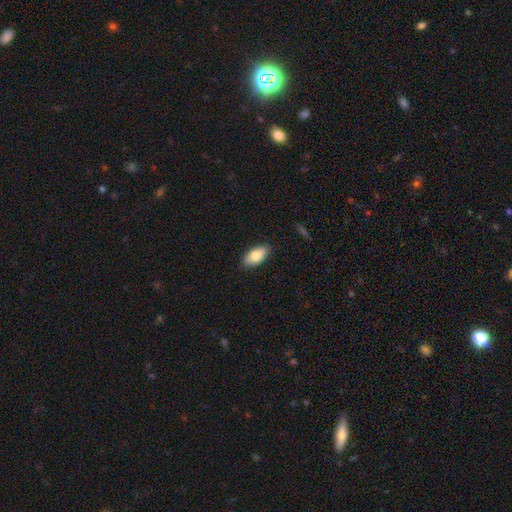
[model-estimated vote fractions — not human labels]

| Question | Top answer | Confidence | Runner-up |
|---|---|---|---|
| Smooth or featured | smooth | 78% | featured or disk (16%) |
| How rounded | in between | 91% | cigar-shaped (6%) |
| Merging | none | 87% | minor disturbance (10%) |